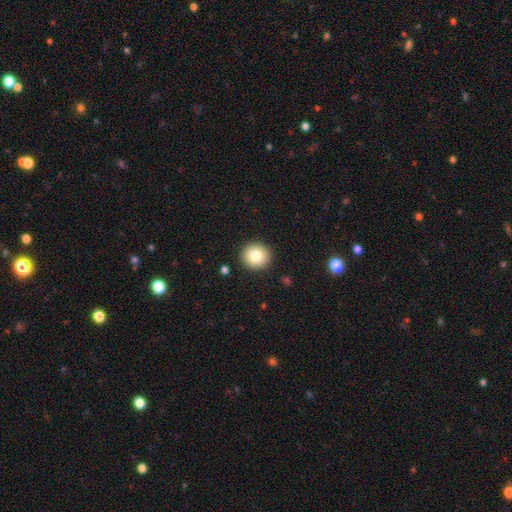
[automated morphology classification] smooth_or_featured: smooth (p=0.81) [alt: featured or disk p=0.10]
how_rounded: round (p=0.91) [alt: in between p=0.08]
merging: none (p=0.92) [alt: minor disturbance p=0.05]